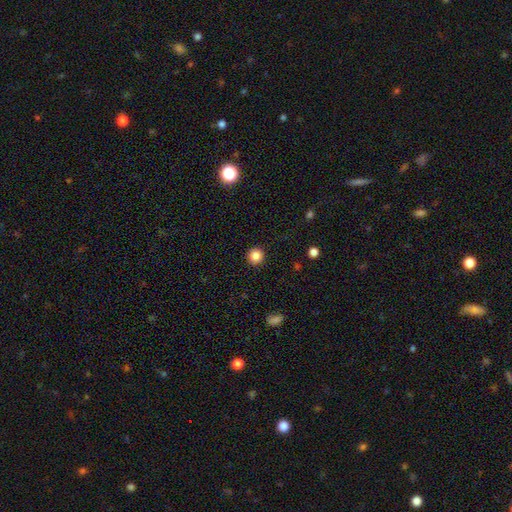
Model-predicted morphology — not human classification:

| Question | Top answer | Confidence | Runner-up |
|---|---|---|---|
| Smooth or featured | smooth | 85% | star or artifact (11%) |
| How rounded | round | 95% | in between (4%) |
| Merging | none | 92% | minor disturbance (5%) |